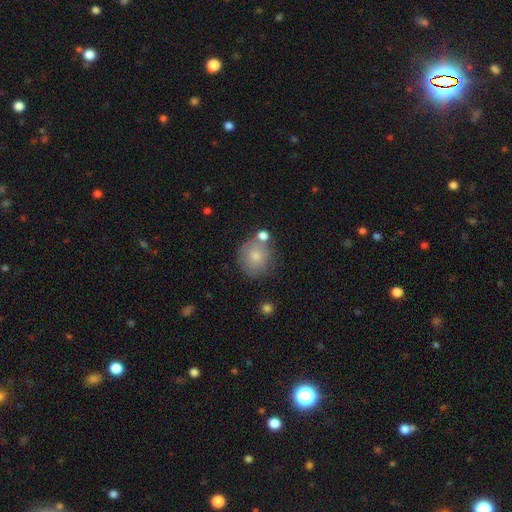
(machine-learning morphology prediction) smooth_or_featured: smooth (p=0.77) [alt: featured or disk p=0.15]
how_rounded: round (p=0.78) [alt: in between p=0.21]
merging: none (p=0.63) [alt: minor disturbance p=0.17]